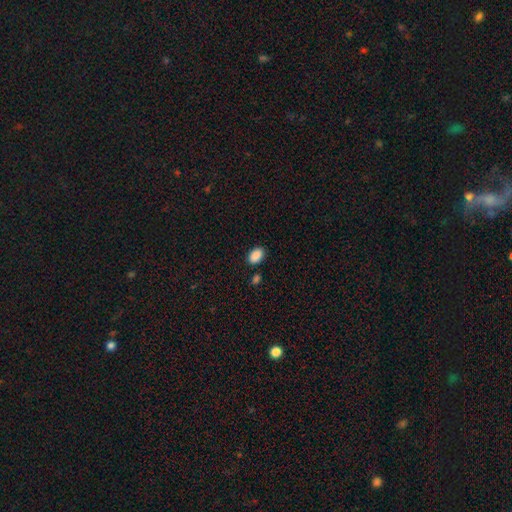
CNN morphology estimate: Smooth or featured? smooth (89%)
How rounded? in between (86%)
Merging? none (84%)